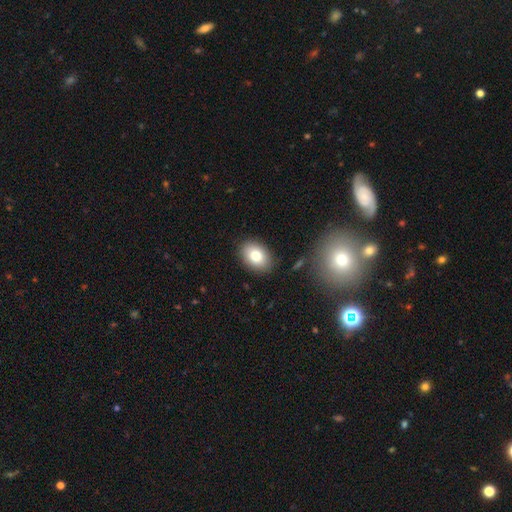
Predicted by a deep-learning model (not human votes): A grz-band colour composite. It shows a smooth galaxy with no disk features (78%) that is in between round and cigar-shaped (74%). Merging: none (87%).